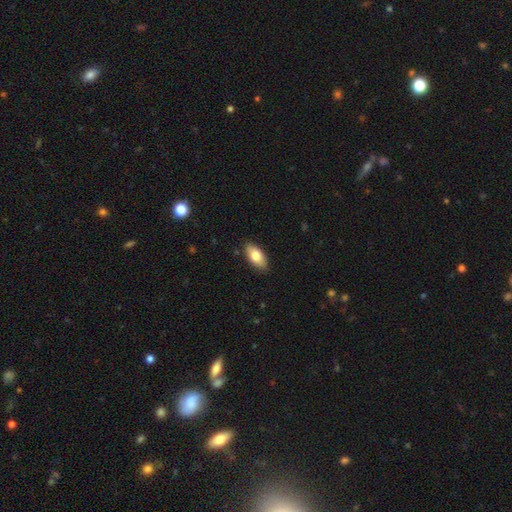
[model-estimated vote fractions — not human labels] Smooth or featured? Predicted: smooth (p=0.80). How rounded? Predicted: in between (p=0.91). Merging? Predicted: none (p=0.87).